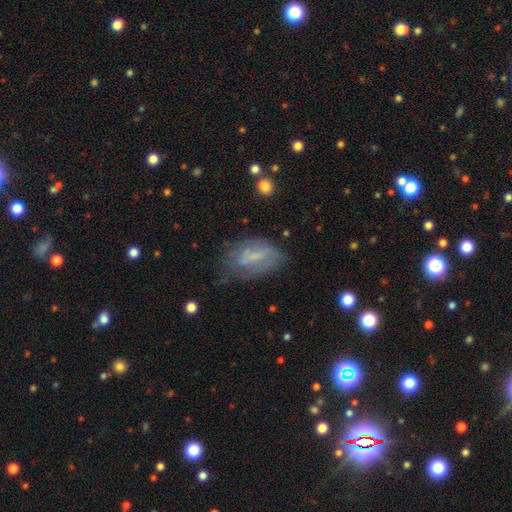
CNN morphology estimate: Smooth or featured? smooth (48%)
Merging? none (50%)